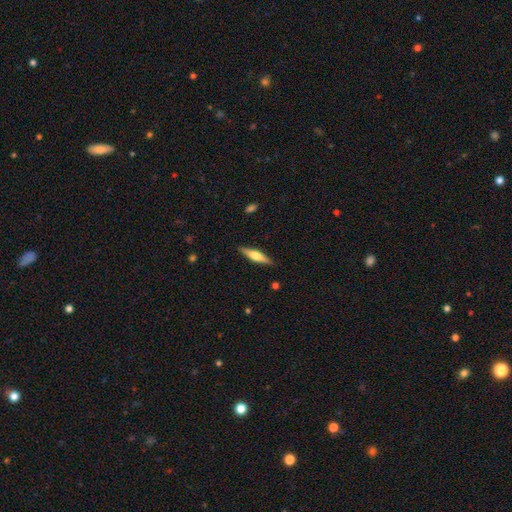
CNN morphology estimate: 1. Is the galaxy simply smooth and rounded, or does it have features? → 49% featured or disk, 46% smooth, 6% star or artifact.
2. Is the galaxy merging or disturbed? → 89% none, 8% minor disturbance, 2% major disturbance, 1% merger.